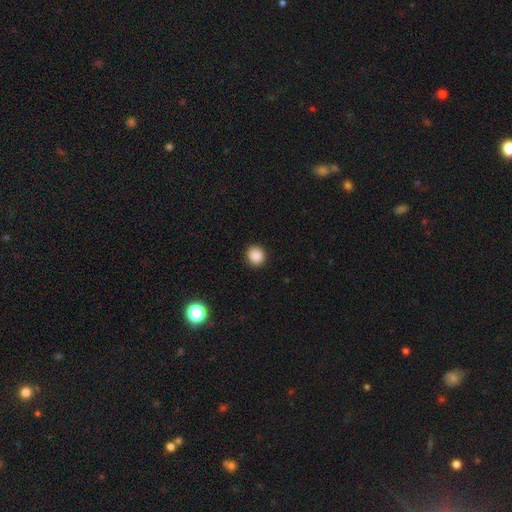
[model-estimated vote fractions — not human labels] Morphology: type=smooth (88%); roundness=round (88%); merging=none (92%).